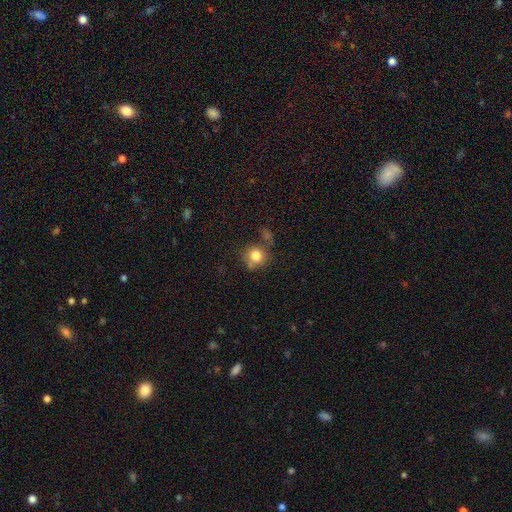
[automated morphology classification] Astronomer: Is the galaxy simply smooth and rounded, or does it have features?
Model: smooth — 80%.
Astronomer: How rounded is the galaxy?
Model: round — 85%.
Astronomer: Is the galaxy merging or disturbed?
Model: none — 58%.